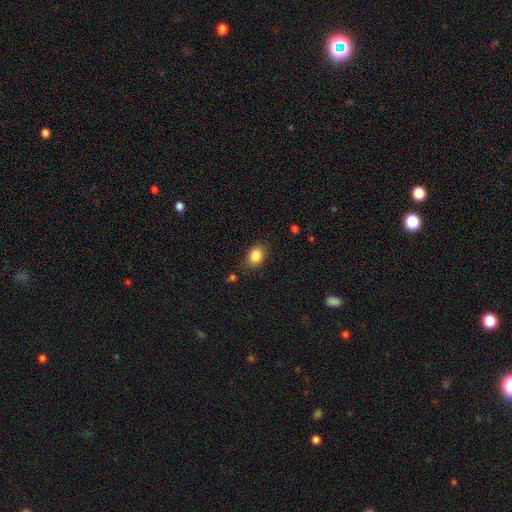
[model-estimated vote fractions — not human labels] Q: Smooth or featured?
A: smooth (85%); runner-up: star or artifact (9%)
Q: How rounded?
A: in between (66%); runner-up: round (33%)
Q: Merging?
A: none (80%); runner-up: minor disturbance (14%)